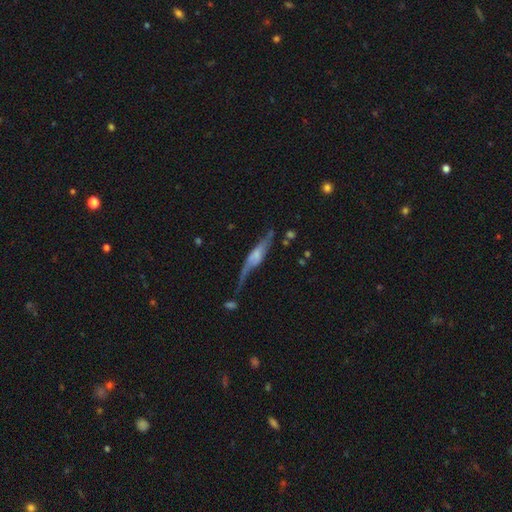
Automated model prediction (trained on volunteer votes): This appears to be a featured or disk galaxy (64%) viewed edge-on (68%). Merging: none (39%).